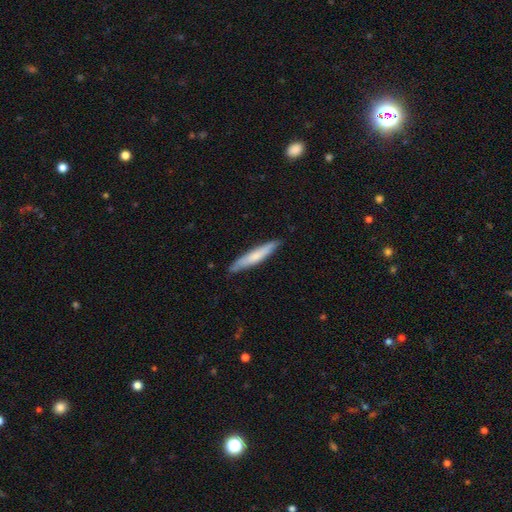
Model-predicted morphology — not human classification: smooth 67%, featured or disk 28%, star or artifact 5%. Down the decision tree: how rounded — cigar-shaped (93%); merging — none (86%).